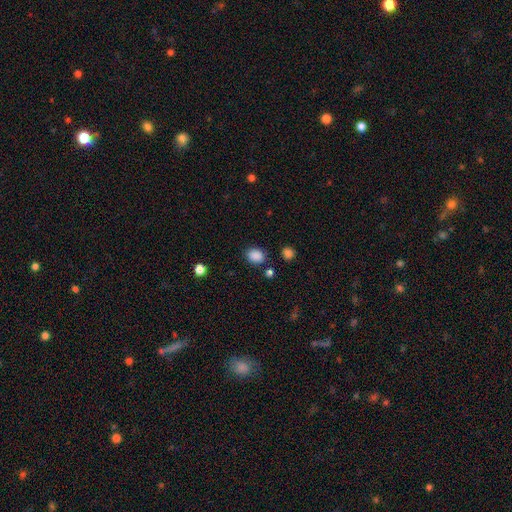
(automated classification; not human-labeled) Q: Smooth or featured?
A: smooth (86%); runner-up: star or artifact (11%)
Q: How rounded?
A: round (52%); runner-up: in between (47%)
Q: Merging?
A: none (82%); runner-up: minor disturbance (11%)